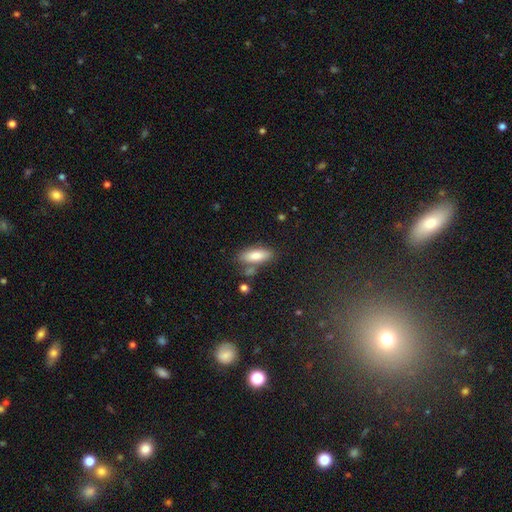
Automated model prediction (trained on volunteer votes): smooth 80%, featured or disk 12%, star or artifact 7%. Down the decision tree: how rounded — in between (75%); merging — none (72%).